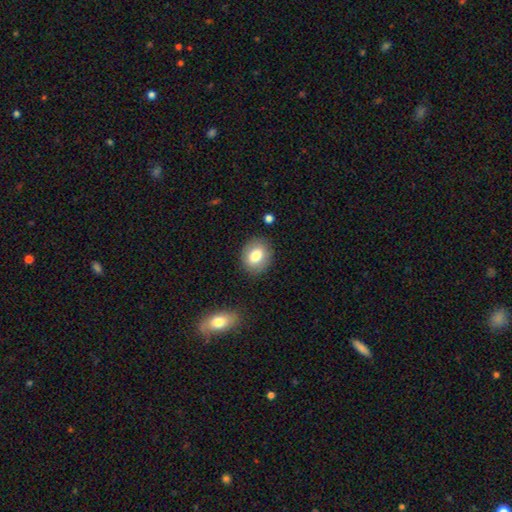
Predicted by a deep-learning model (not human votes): This appears to be a smooth galaxy with no disk features (79%) that is in between round and cigar-shaped (52%). Merging: none (85%).